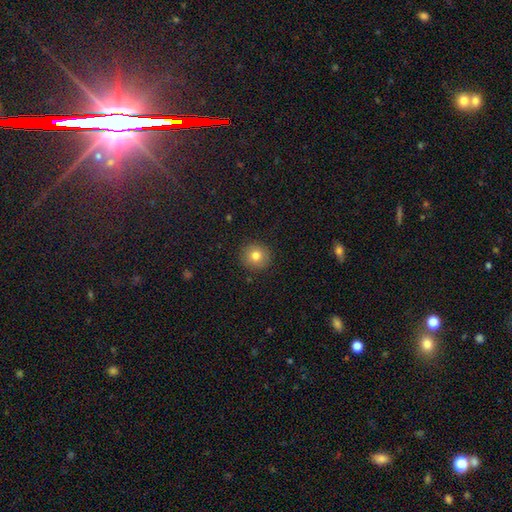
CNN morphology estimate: The model was most divided on "smooth or featured": smooth: 80%, star or artifact: 11%, featured or disk: 10%. More confident: how rounded — round (91%); merging — none (90%).